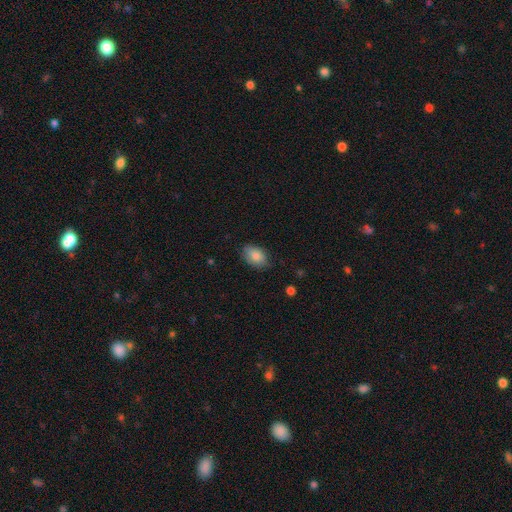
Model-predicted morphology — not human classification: A smooth galaxy with no disk features (84%) that is in between round and cigar-shaped (87%).

Vote fractions:
- Smooth or featured? smooth: 84% / featured or disk: 9% / star or artifact: 7%
- How rounded? in between: 87% / round: 12% / cigar-shaped: 1%
- Merging? none: 77% / minor disturbance: 18% / major disturbance: 3% / merger: 1%